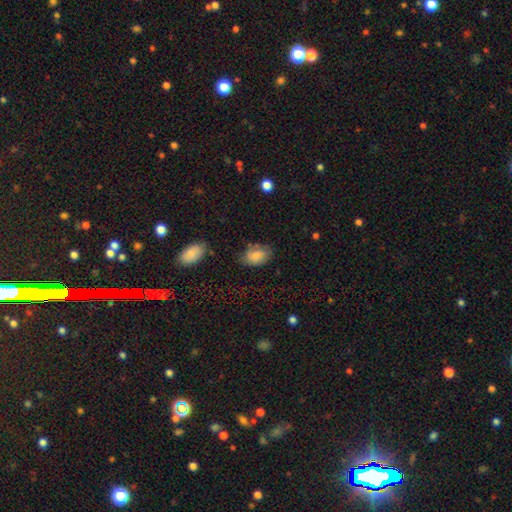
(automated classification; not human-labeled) smooth 82%, featured or disk 10%, star or artifact 8%. Down the decision tree: how rounded — in between (85%); merging — none (65%).